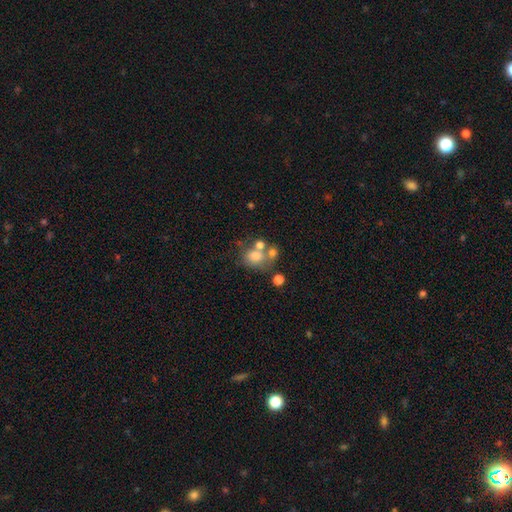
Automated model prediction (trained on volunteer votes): Smooth or featured: smooth — 69% (featured or disk — 18%)
How rounded: round — 60% (in between — 39%)
Merging: none — 42% (merger — 37%)